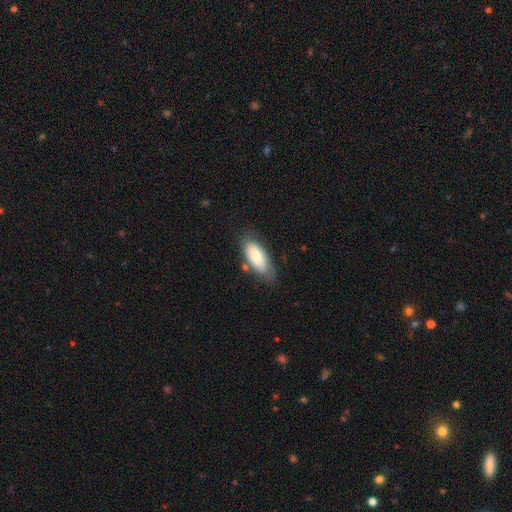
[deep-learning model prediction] smooth-or-featured: smooth: 69% | featured or disk: 24% | star or artifact: 6%
  how-rounded: in between: 87% | cigar-shaped: 10% | round: 2%
  merging: none: 69% | minor disturbance: 20% | merger: 6% | major disturbance: 5%